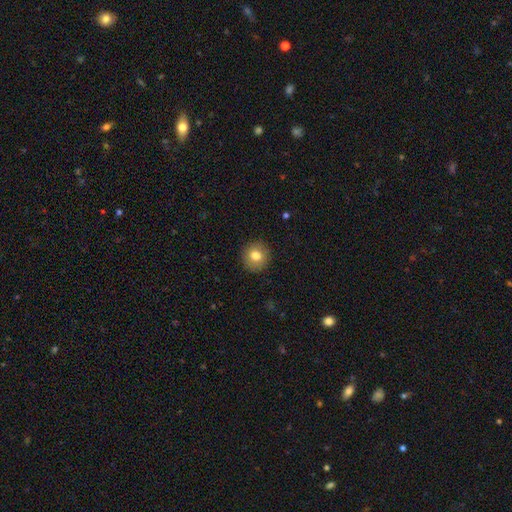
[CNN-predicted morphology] A smooth galaxy with no disk features (79%) that is round (91%).

Vote fractions:
- Smooth or featured? smooth: 79% / featured or disk: 11% / star or artifact: 10%
- How rounded? round: 91% / in between: 8% / cigar-shaped: 1%
- Merging? none: 91% / minor disturbance: 6% / major disturbance: 2% / merger: 1%